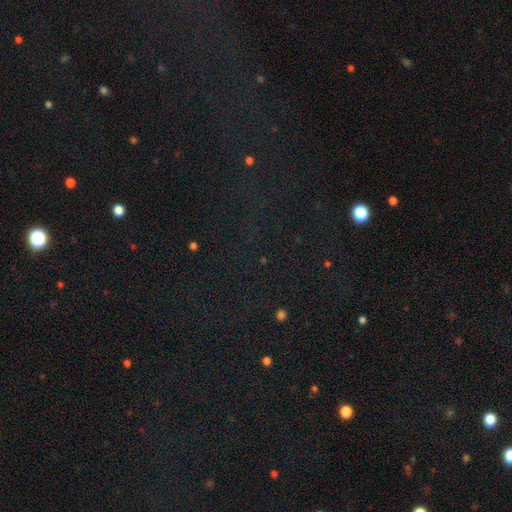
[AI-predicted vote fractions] Q: Smooth or featured?
A: star or artifact (75%); runner-up: smooth (16%)